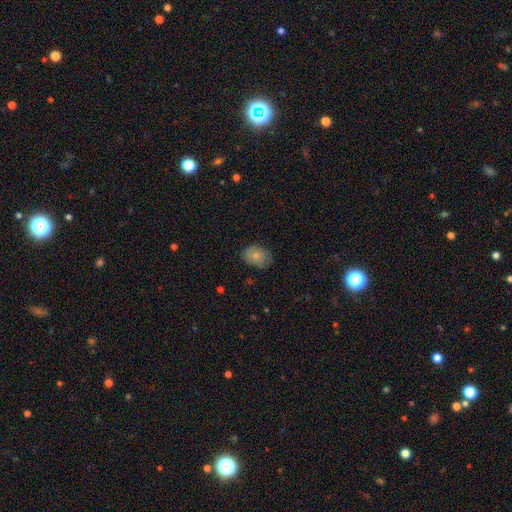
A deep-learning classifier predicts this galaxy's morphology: Smooth or featured?
  - smooth: 77% *
  - featured or disk: 16%
  - star or artifact: 7%
How rounded?
  - in between: 71% *
  - round: 28%
  - cigar-shaped: 1%
Merging?
  - none: 76% *
  - minor disturbance: 19%
  - major disturbance: 4%
  - merger: 1%